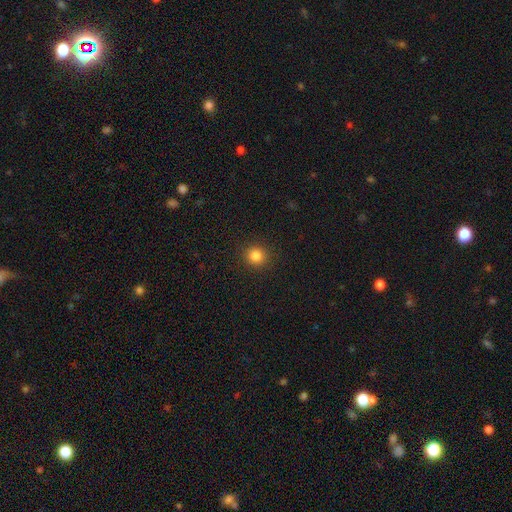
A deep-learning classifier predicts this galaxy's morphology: smooth-or-featured: smooth: 83% | star or artifact: 12% | featured or disk: 4%
  how-rounded: round: 93% | in between: 6% | cigar-shaped: 1%
  merging: none: 92% | minor disturbance: 5% | major disturbance: 2% | merger: 1%